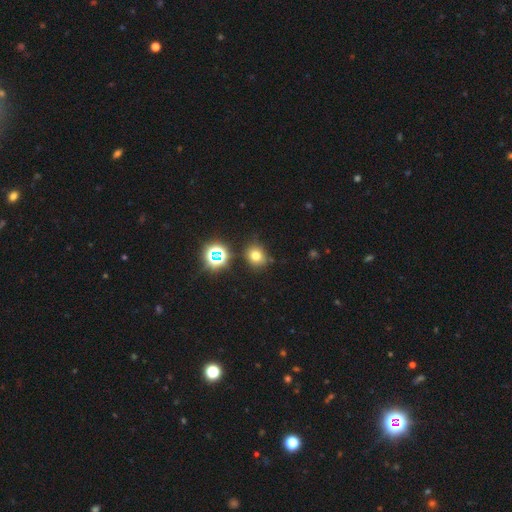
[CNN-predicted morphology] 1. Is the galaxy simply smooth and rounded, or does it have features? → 69% smooth, 22% star or artifact, 9% featured or disk.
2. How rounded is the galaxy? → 74% round, 25% in between, 1% cigar-shaped.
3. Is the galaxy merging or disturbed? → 78% none, 13% minor disturbance, 5% merger, 4% major disturbance.